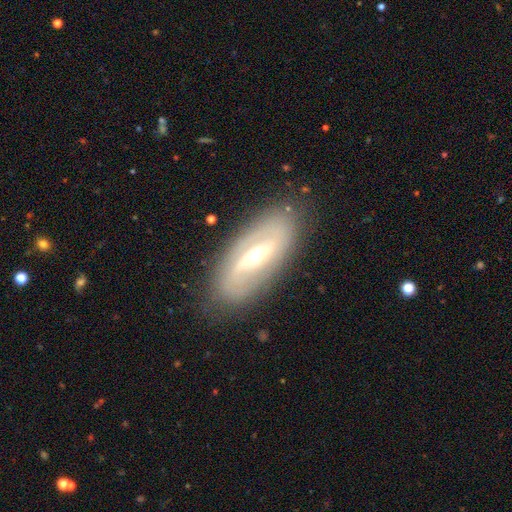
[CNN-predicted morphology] This appears to be a featured or disk galaxy (75%) with a strong bar (44%), spiral arms (70%) and a moderate central bulge (49%). Merging: none (84%).